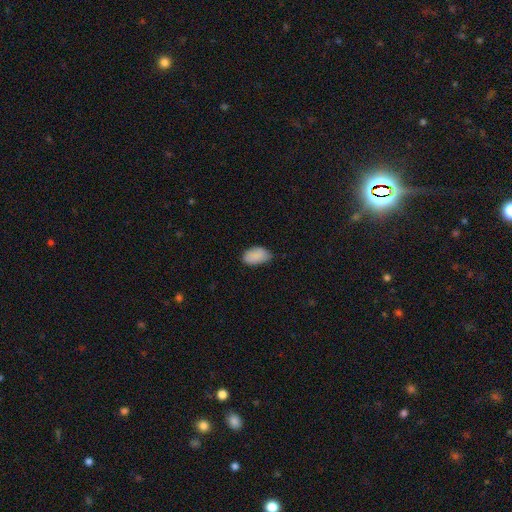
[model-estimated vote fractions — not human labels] The model was most divided on "merging": none: 65%, minor disturbance: 30%, major disturbance: 4%, merger: 1%. More confident: how rounded — in between (94%); smooth or featured — smooth (88%).